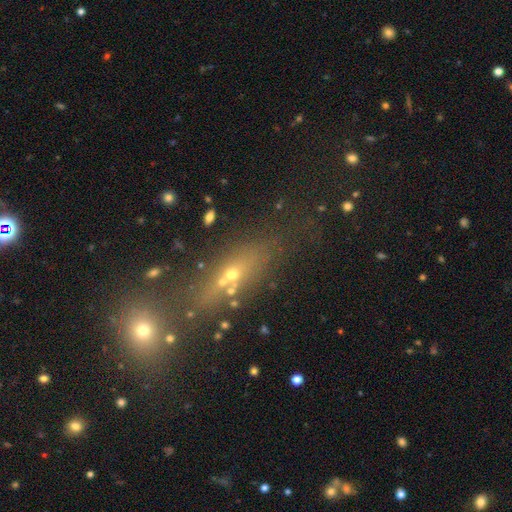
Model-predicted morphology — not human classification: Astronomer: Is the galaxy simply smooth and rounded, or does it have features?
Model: smooth — 43% (runner-up: featured or disk, 28%).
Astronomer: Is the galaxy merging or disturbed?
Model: none — 55%.